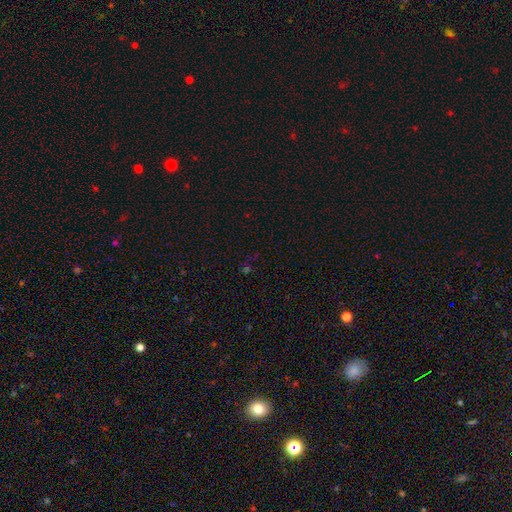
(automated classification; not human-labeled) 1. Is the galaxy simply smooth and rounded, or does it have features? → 61% star or artifact, 31% smooth, 8% featured or disk.